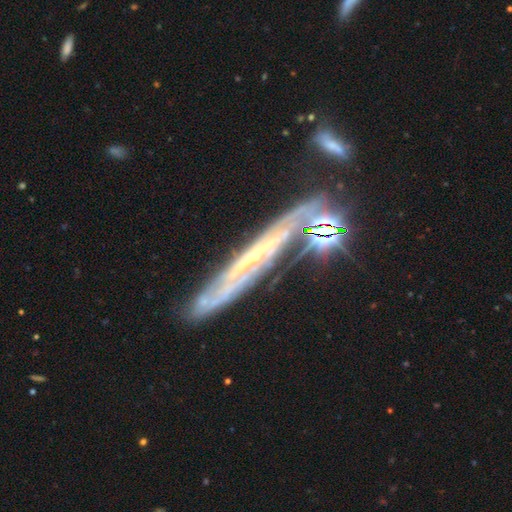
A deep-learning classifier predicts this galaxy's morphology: Overall: featured or disk (81%). Edge-on disk: yes (57%; no 43%). Merging: none (65%).